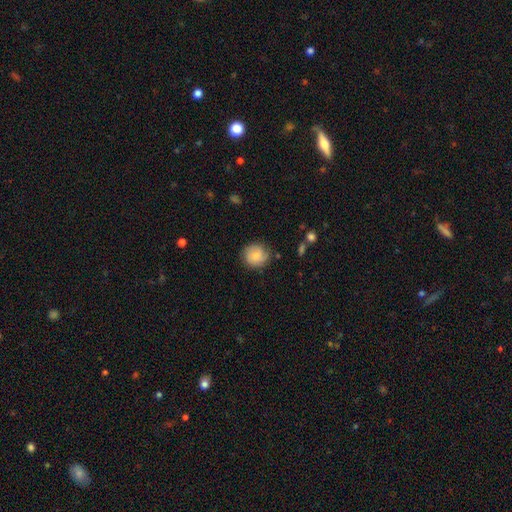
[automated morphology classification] smooth_or_featured: smooth (p=0.76) [alt: featured or disk p=0.16]
how_rounded: round (p=0.87) [alt: in between p=0.12]
merging: none (p=0.80) [alt: minor disturbance p=0.15]